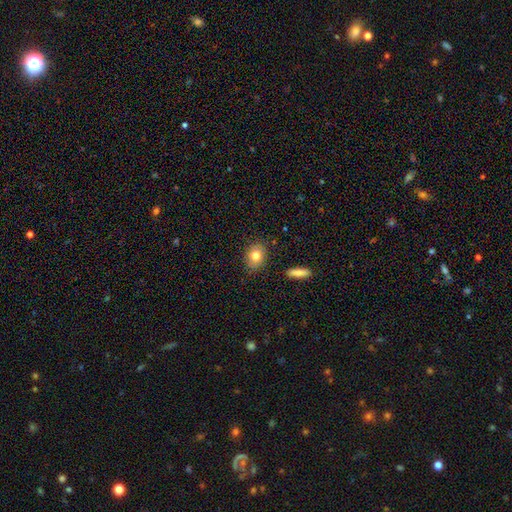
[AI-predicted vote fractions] Smooth or featured?
  - smooth: 78% *
  - featured or disk: 13%
  - star or artifact: 8%
How rounded?
  - in between: 59% *
  - round: 40%
  - cigar-shaped: 2%
Merging?
  - none: 84% *
  - minor disturbance: 11%
  - major disturbance: 2%
  - merger: 2%